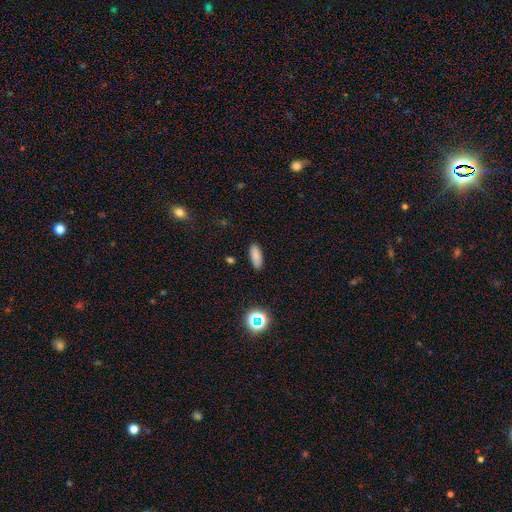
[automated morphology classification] smooth_or_featured: smooth (p=0.85) [alt: star or artifact p=0.10]
how_rounded: in between (p=0.74) [alt: cigar-shaped p=0.24]
merging: none (p=0.88) [alt: minor disturbance p=0.09]